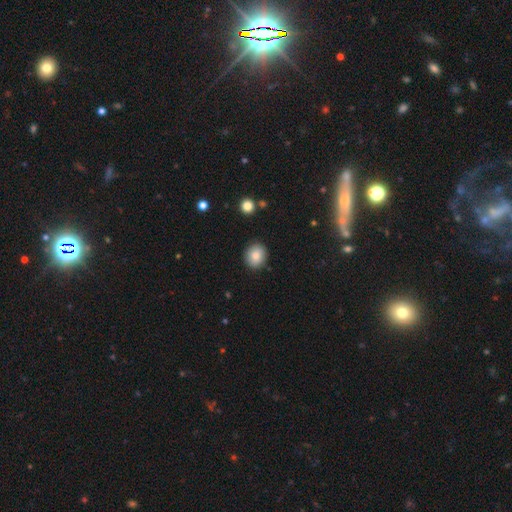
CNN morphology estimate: This appears to be a smooth galaxy with no disk features (84%) that is round (76%). Merging: none (88%).